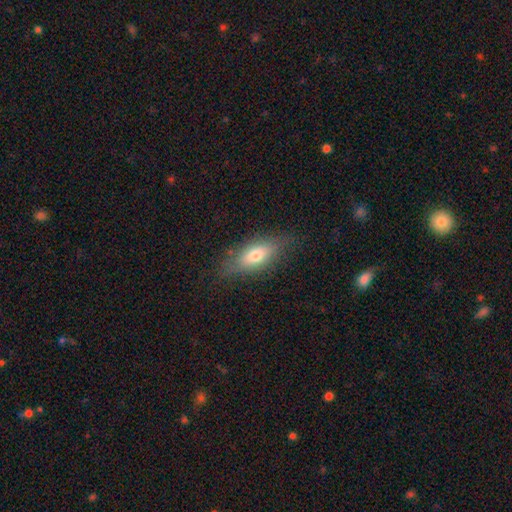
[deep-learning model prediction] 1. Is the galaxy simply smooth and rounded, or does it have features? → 67% smooth, 26% featured or disk, 8% star or artifact.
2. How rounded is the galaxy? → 72% in between, 23% cigar-shaped, 4% round.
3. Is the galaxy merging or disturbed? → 78% none, 16% minor disturbance, 5% major disturbance, 1% merger.